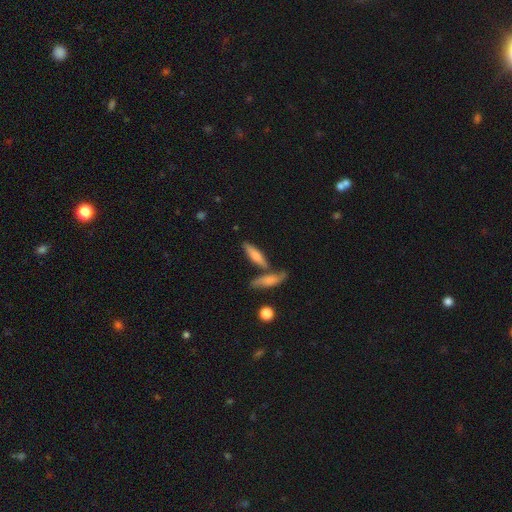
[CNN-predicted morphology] This is possibly a smooth galaxy (57%). How rounded: likely cigar-shaped (66%). Merging: likely none (62%).